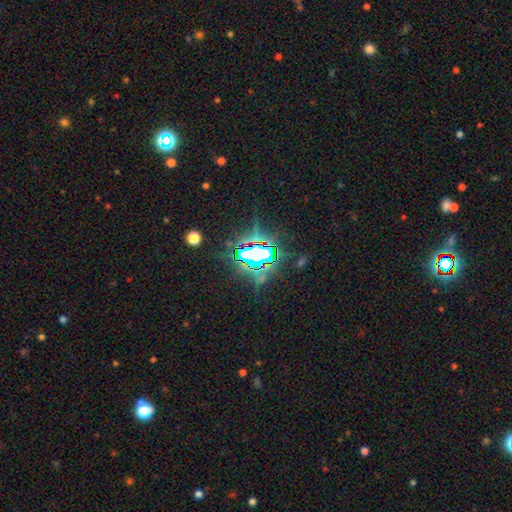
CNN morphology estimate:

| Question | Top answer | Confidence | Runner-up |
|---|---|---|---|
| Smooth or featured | star or artifact | 74% | smooth (13%) |